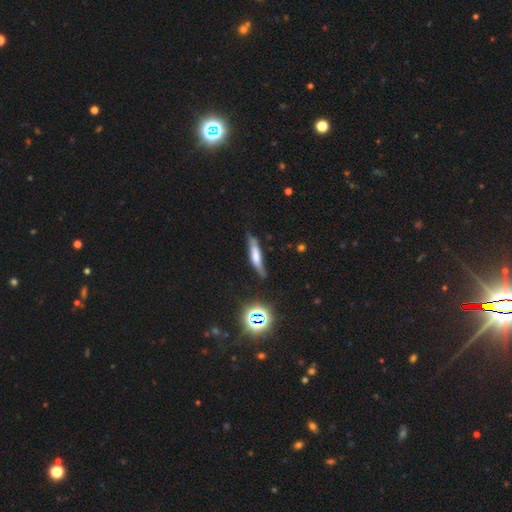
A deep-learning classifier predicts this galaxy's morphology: The model was most divided on "smooth or featured": smooth: 48%, featured or disk: 40%, star or artifact: 12%. More confident: merging — none (65%).